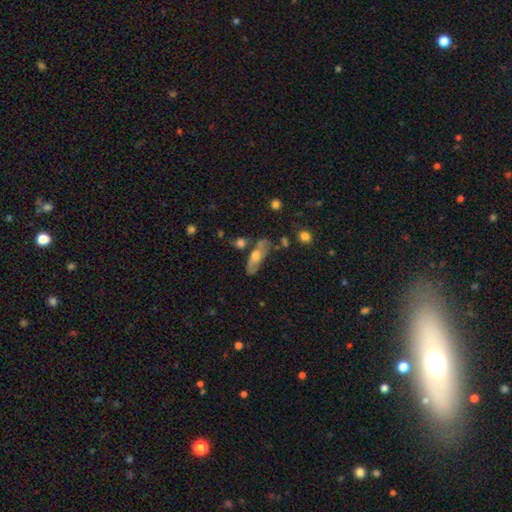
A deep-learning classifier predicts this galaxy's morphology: Smooth or featured? smooth (54%)
How rounded? in between (67%)
Merging? none (55%)